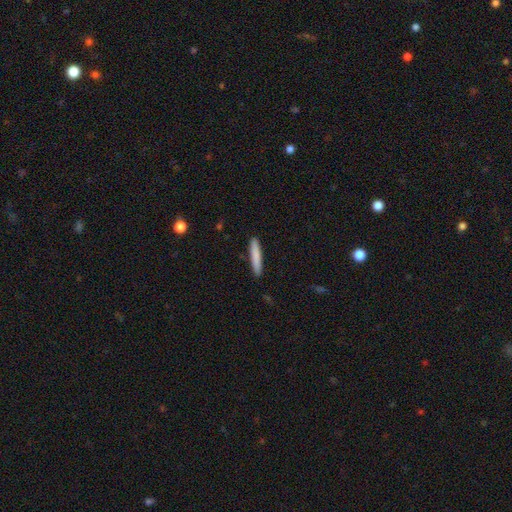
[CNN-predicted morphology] This is clearly a smooth galaxy (82%). How rounded: clearly cigar-shaped (92%). Merging: clearly none (90%).